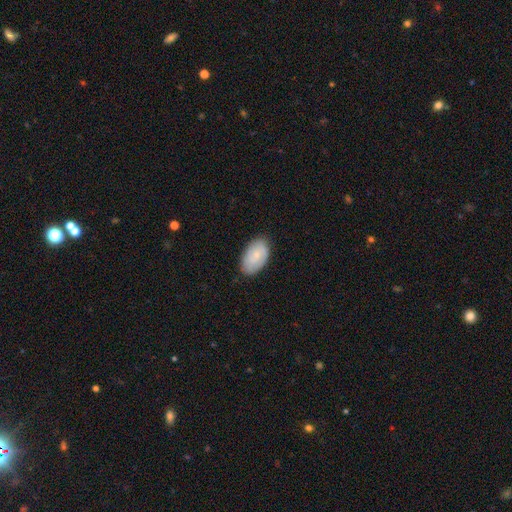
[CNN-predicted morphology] This appears to be a smooth galaxy with no disk features (73%) that is in between round and cigar-shaped (93%). Merging: none (81%).